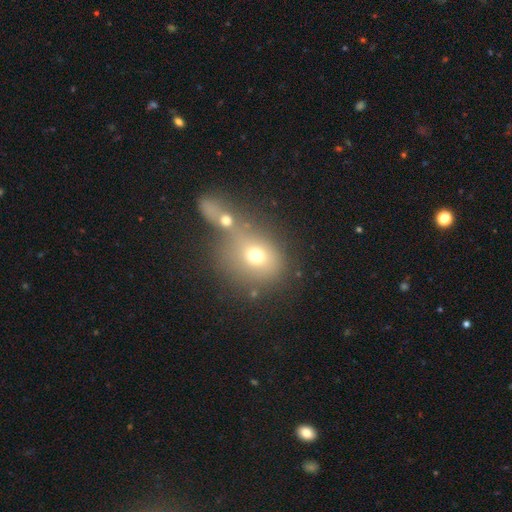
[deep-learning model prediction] Overall: smooth (68%). How rounded: round (65%; in between 33%). Merging: merger (48%; none 35%).